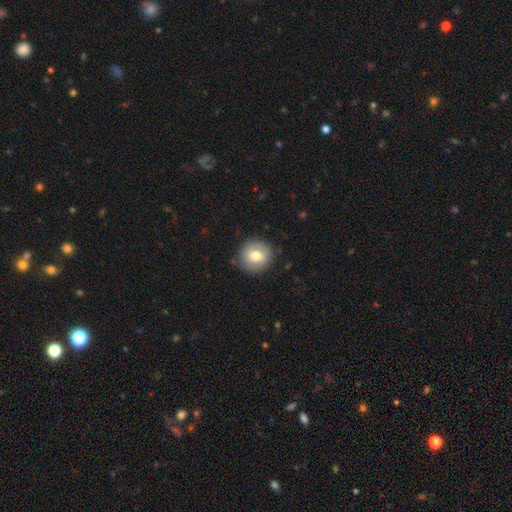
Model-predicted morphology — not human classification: This appears to be a smooth galaxy with no disk features (71%) that is round (91%). Merging: none (86%).